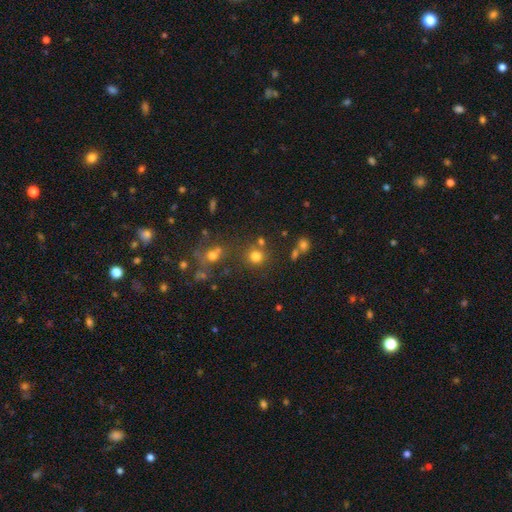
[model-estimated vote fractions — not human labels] Morphology: type=smooth (75%); roundness=round (91%); merging=none (73%).